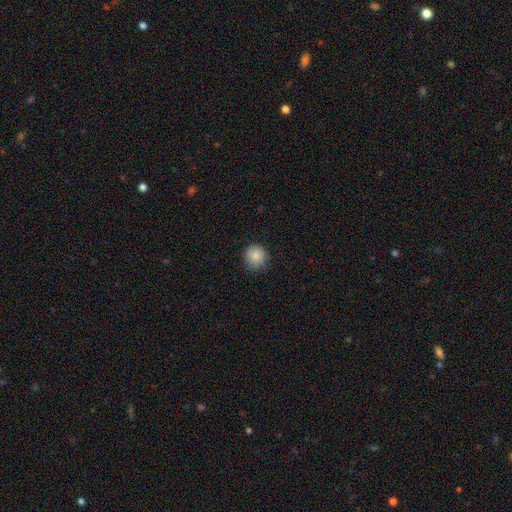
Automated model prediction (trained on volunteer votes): Q: Smooth or featured?
A: smooth (86%); runner-up: star or artifact (9%)
Q: How rounded?
A: round (92%); runner-up: in between (7%)
Q: Merging?
A: none (84%); runner-up: minor disturbance (13%)